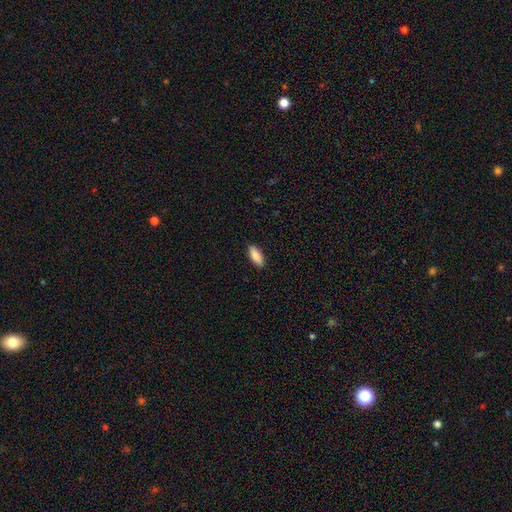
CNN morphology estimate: type=smooth (86%); roundness=in between (67%); merging=none (89%).